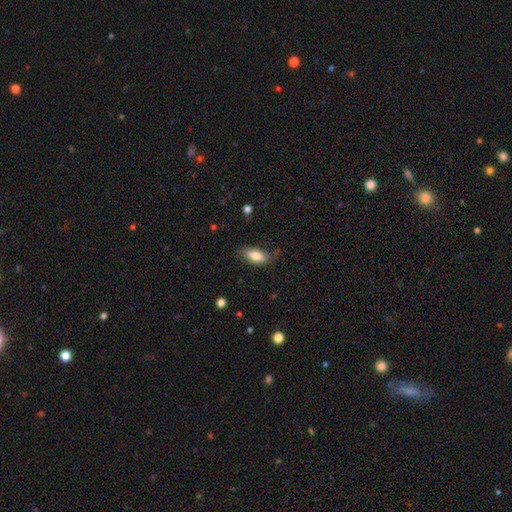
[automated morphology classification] Smooth or featured? smooth (78%)
How rounded? in between (86%)
Merging? none (67%)